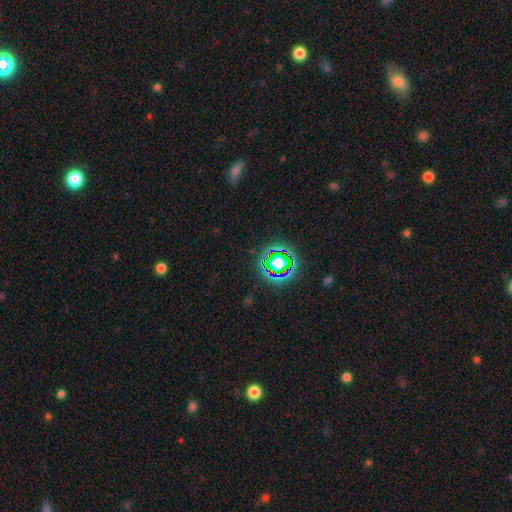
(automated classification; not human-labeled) A star or artifact, not a galaxy (69%).